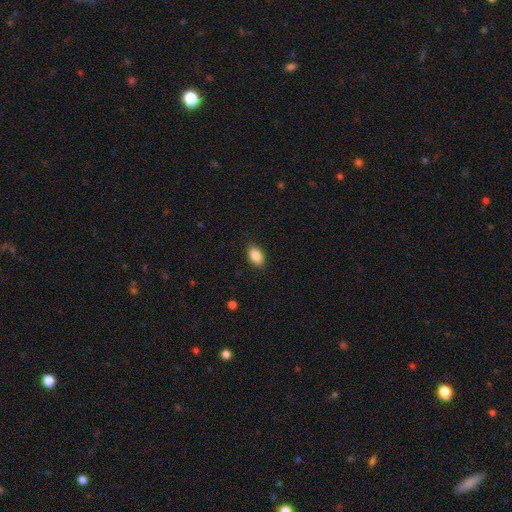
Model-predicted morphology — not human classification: smooth_or_featured: smooth (p=0.87) [alt: star or artifact p=0.08]
how_rounded: in between (p=0.91) [alt: round p=0.07]
merging: none (p=0.88) [alt: minor disturbance p=0.09]